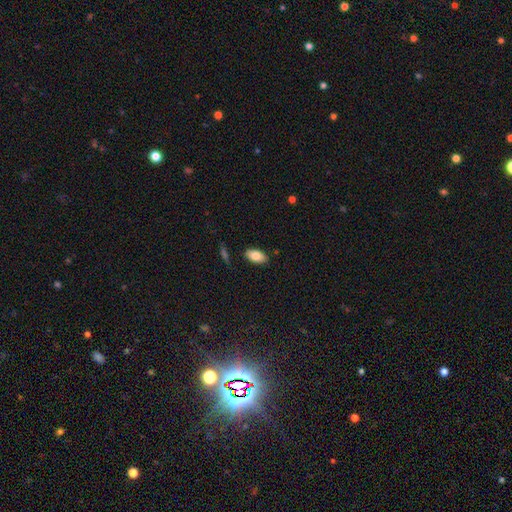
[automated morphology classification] This appears to be a smooth galaxy with no disk features (81%) that is in between round and cigar-shaped (93%). Merging: none (86%).